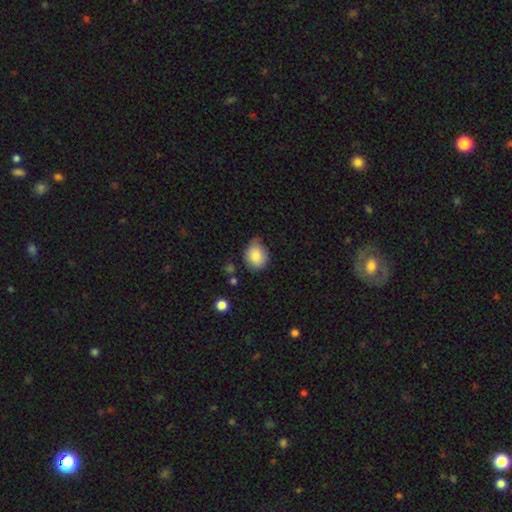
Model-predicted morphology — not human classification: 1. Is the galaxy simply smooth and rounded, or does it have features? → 84% smooth, 8% star or artifact, 8% featured or disk.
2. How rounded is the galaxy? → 55% round, 44% in between, 1% cigar-shaped.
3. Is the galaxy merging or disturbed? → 51% none, 38% minor disturbance, 7% major disturbance, 3% merger.